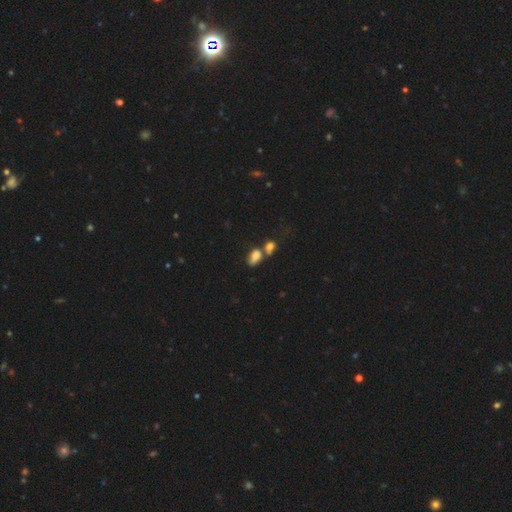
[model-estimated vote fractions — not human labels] A smooth galaxy with no disk features (79%) that is in between round and cigar-shaped (86%).

Vote fractions:
- Smooth or featured? smooth: 79% / star or artifact: 11% / featured or disk: 10%
- How rounded? in between: 86% / round: 11% / cigar-shaped: 3%
- Merging? merger: 52% / none: 30% / minor disturbance: 12% / major disturbance: 6%